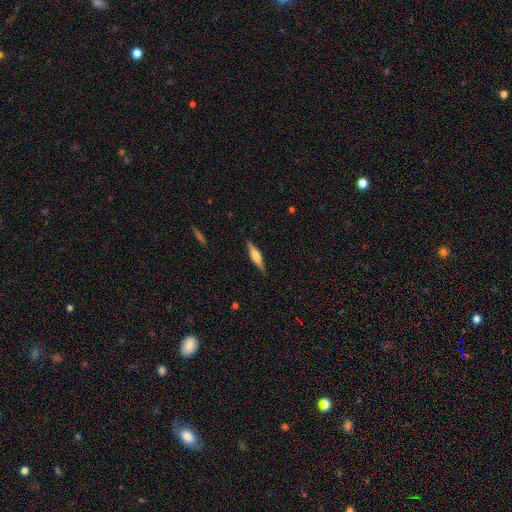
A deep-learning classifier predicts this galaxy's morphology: Smooth or featured?
  - featured or disk: 61% *
  - smooth: 33%
  - star or artifact: 6%
Edge-on disk?
  - yes: 97% *
  - no: 3%
Edge-on bulge?
  - rounded: 79% *
  - boxy: 17%
  - none: 5%
Merging?
  - none: 89% *
  - minor disturbance: 8%
  - major disturbance: 2%
  - merger: 1%